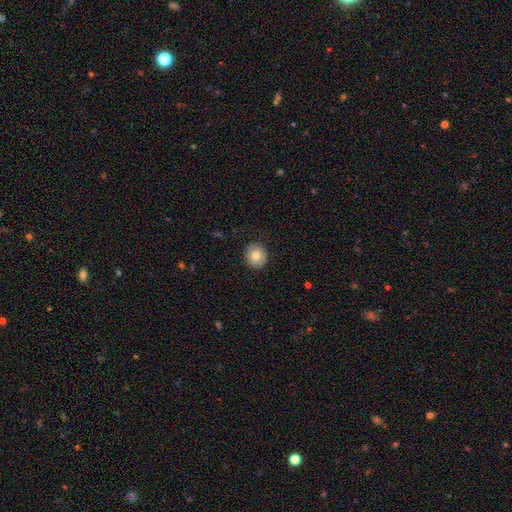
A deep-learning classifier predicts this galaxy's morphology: smooth 80%, featured or disk 11%, star or artifact 9%. Down the decision tree: how rounded — round (85%); merging — none (90%).